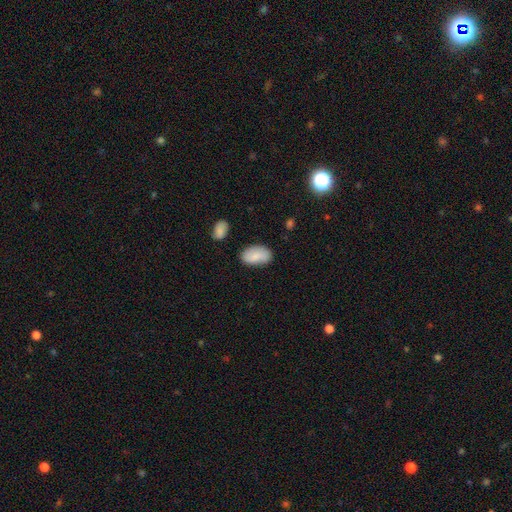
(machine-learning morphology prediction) Smooth or featured?
  - smooth: 84% *
  - featured or disk: 10%
  - star or artifact: 7%
How rounded?
  - in between: 94% *
  - round: 4%
  - cigar-shaped: 2%
Merging?
  - none: 76% *
  - minor disturbance: 17%
  - major disturbance: 4%
  - merger: 3%